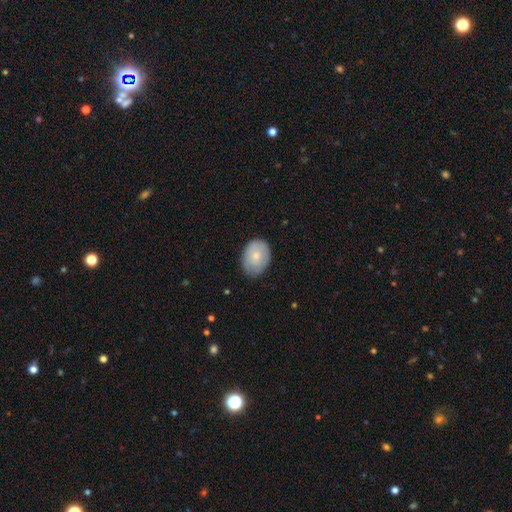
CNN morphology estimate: The model was most divided on "how rounded": in between: 70%, round: 29%, cigar-shaped: 1%. More confident: merging — none (74%); smooth or featured — smooth (72%).